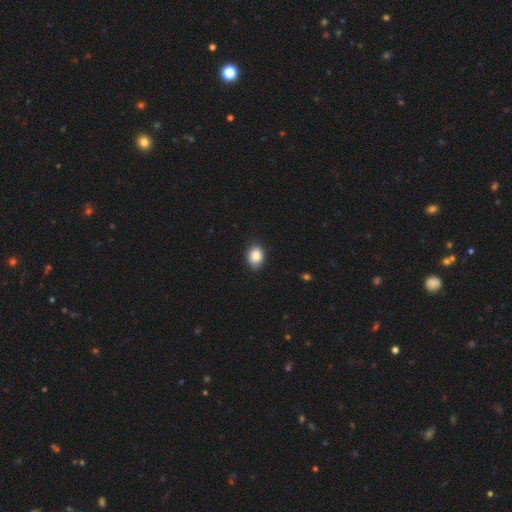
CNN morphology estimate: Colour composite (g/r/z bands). It shows a smooth galaxy with no disk features (86%) that is in between round and cigar-shaped (65%). Merging: none (80%).